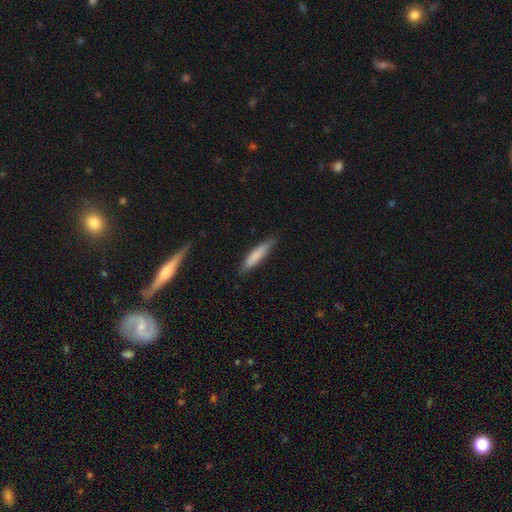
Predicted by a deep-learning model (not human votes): Smooth or featured?
  - smooth: 78% *
  - featured or disk: 16%
  - star or artifact: 6%
How rounded?
  - cigar-shaped: 83% *
  - in between: 16%
  - round: 1%
Merging?
  - none: 83% *
  - minor disturbance: 13%
  - major disturbance: 2%
  - merger: 1%